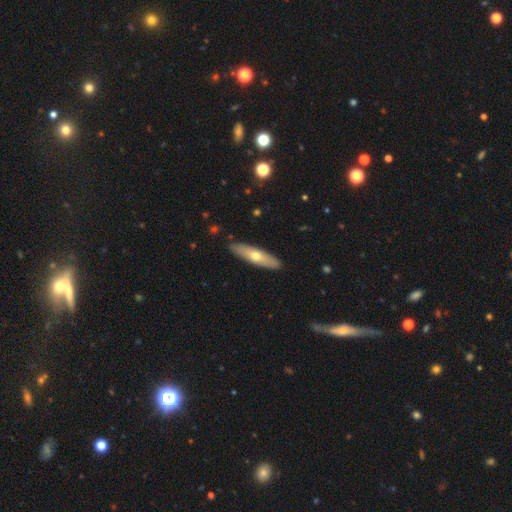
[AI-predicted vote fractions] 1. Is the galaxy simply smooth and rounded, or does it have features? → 52% smooth, 43% featured or disk, 5% star or artifact.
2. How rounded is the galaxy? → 71% cigar-shaped, 26% in between, 2% round.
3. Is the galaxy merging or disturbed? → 90% none, 8% minor disturbance, 2% major disturbance, 1% merger.